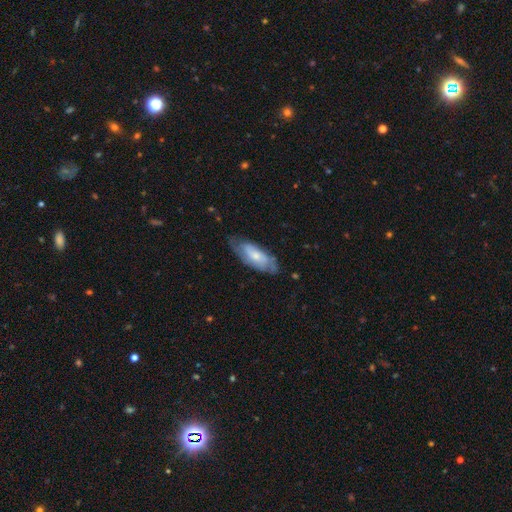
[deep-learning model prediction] smooth-or-featured: featured or disk: 48% | smooth: 46% | star or artifact: 6%
  merging: none: 63% | minor disturbance: 27% | major disturbance: 8% | merger: 2%